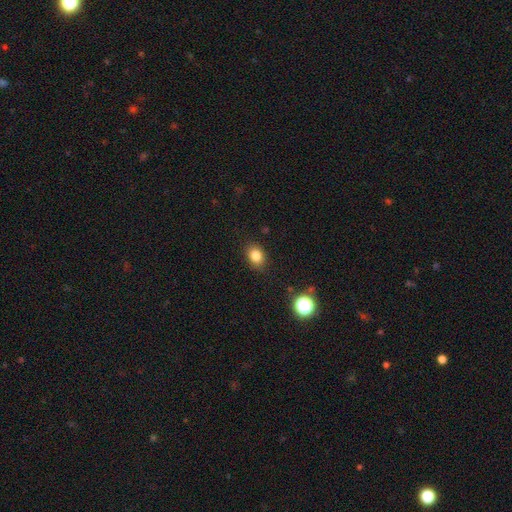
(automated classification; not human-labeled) Smooth or featured? smooth (82%)
How rounded? in between (62%)
Merging? none (86%)